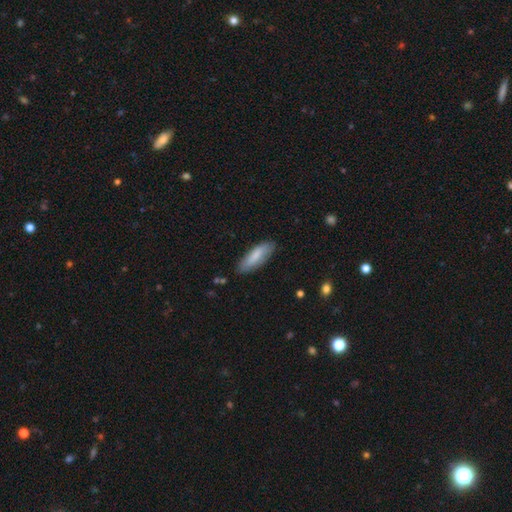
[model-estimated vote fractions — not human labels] Smooth or featured? smooth (77%)
How rounded? in between (53%)
Merging? none (80%)